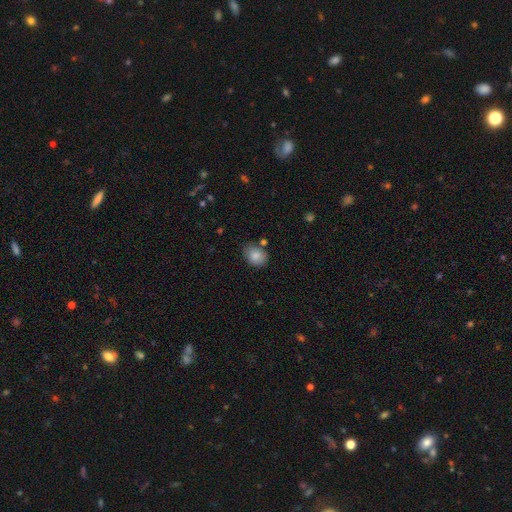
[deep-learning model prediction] smooth-or-featured: smooth: 84% | star or artifact: 8% | featured or disk: 8%
  how-rounded: in between: 59% | round: 40% | cigar-shaped: 1%
  merging: none: 71% | minor disturbance: 19% | merger: 6% | major disturbance: 4%